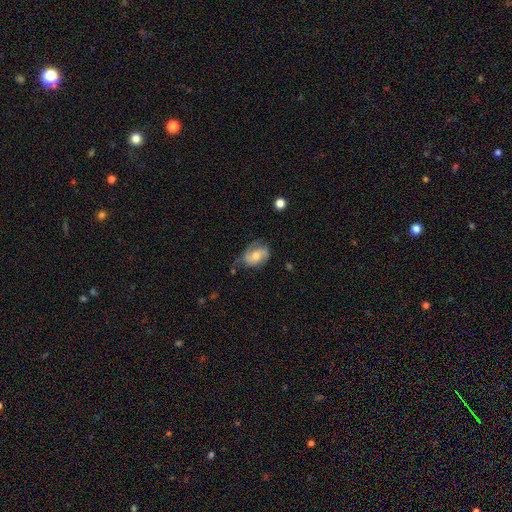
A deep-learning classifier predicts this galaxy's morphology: Smooth or featured? Predicted: featured or disk (p=0.61). Edge-on disk? Predicted: no (p=0.96). Bar? Predicted: no (p=0.58). Spiral arms? Predicted: yes (p=0.89). Spiral winding? Predicted: medium (p=0.45). Spiral arm count? Predicted: 2 (p=0.76). Bulge size? Predicted: moderate (p=0.57). Merging? Predicted: none (p=0.60).